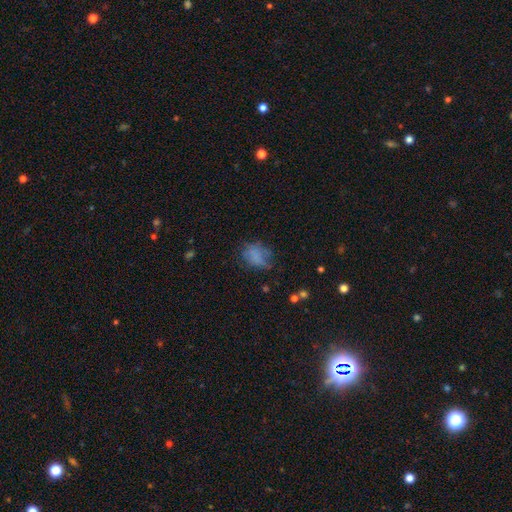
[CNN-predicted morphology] Smooth or featured?
  - smooth: 64% *
  - featured or disk: 21%
  - star or artifact: 15%
How rounded?
  - in between: 63% *
  - round: 36%
  - cigar-shaped: 2%
Merging?
  - none: 48% *
  - minor disturbance: 27%
  - major disturbance: 22%
  - merger: 3%